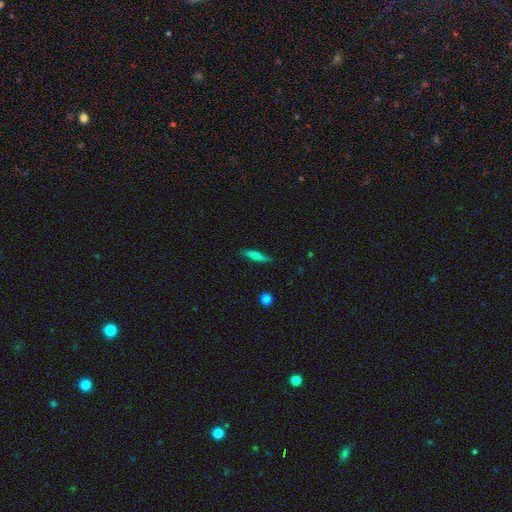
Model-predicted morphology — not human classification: This appears to be a smooth galaxy with no disk features (73%) that is cigar-shaped (76%). Merging: none (81%).